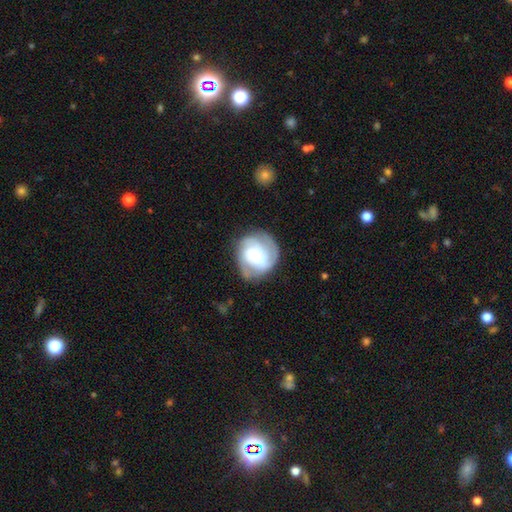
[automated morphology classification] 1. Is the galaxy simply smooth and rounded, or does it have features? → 62% featured or disk, 31% smooth, 7% star or artifact.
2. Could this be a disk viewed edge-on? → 98% no, 2% yes.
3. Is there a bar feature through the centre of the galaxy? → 41% no, 40% weak, 19% strong.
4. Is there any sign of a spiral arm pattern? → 84% yes, 16% no.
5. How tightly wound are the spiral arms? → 49% tight, 37% medium, 14% loose.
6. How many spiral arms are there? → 42% 2, 28% can't tell, 16% 3, 8% 1, 4% 4, 3% more than 4.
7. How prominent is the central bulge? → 25% small, 24% large, 24% moderate, 21% none, 5% dominant.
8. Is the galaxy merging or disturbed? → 59% none, 24% minor disturbance, 15% major disturbance, 3% merger.